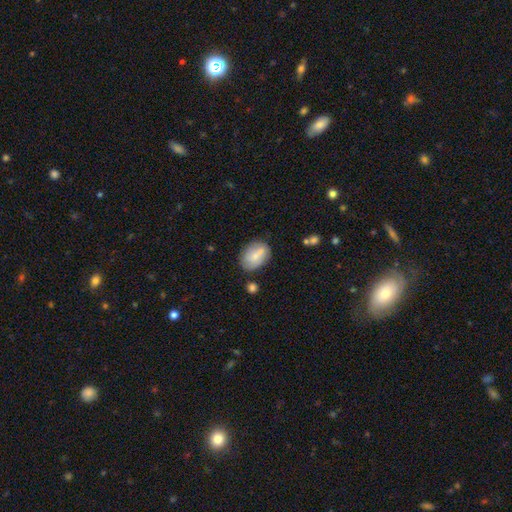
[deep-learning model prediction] Smooth or featured? smooth (71%)
How rounded? in between (78%)
Merging? none (62%)